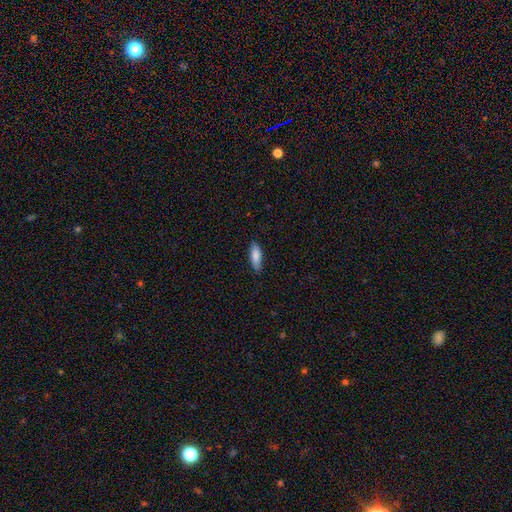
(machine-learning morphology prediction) This is clearly a smooth galaxy (84%). How rounded: possibly in between (58%). Merging: clearly none (83%).